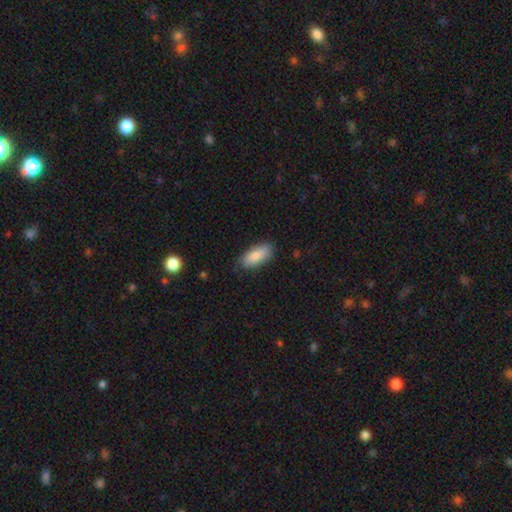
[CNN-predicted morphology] Smooth or featured: smooth — 83% (featured or disk — 11%)
How rounded: in between — 85% (cigar-shaped — 13%)
Merging: none — 79% (minor disturbance — 17%)